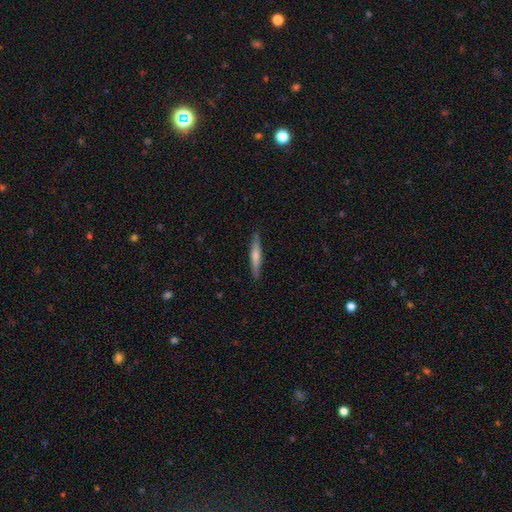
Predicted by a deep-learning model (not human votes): Overall: smooth (63%; featured or disk 31%). How rounded: cigar-shaped (93%). Merging: none (88%).